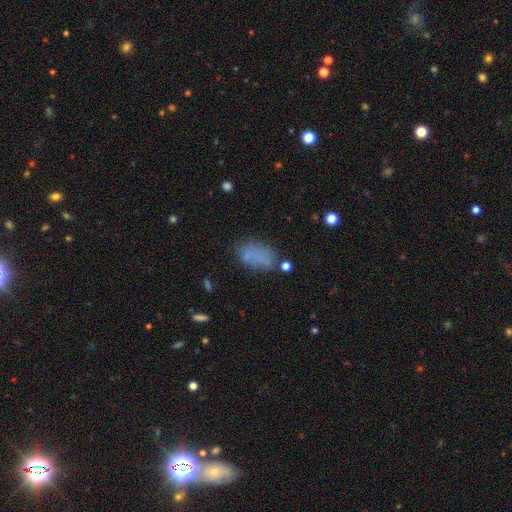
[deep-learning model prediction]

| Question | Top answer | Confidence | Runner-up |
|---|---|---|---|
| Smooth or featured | smooth | 76% | star or artifact (13%) |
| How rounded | in between | 89% | round (8%) |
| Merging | none | 63% | minor disturbance (21%) |